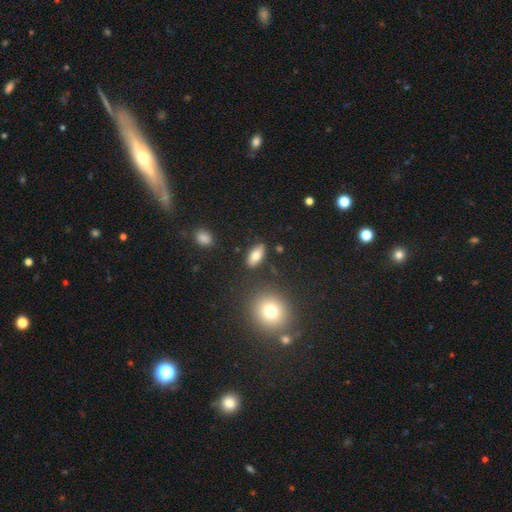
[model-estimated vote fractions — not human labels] Smooth or featured?
  - smooth: 76% *
  - featured or disk: 16%
  - star or artifact: 8%
How rounded?
  - in between: 85% *
  - cigar-shaped: 11%
  - round: 5%
Merging?
  - none: 84% *
  - minor disturbance: 10%
  - merger: 3%
  - major disturbance: 3%